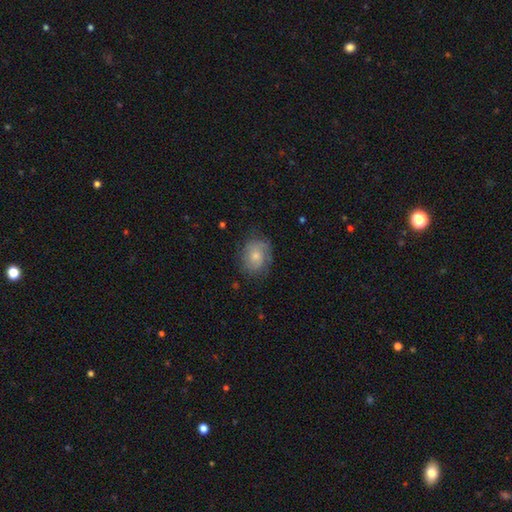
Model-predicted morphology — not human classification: A smooth galaxy with no disk features (54%) that is round (54%).

Vote fractions:
- Smooth or featured? smooth: 54% / featured or disk: 38% / star or artifact: 8%
- How rounded? round: 54% / in between: 45% / cigar-shaped: 1%
- Merging? none: 69% / minor disturbance: 21% / major disturbance: 8% / merger: 1%